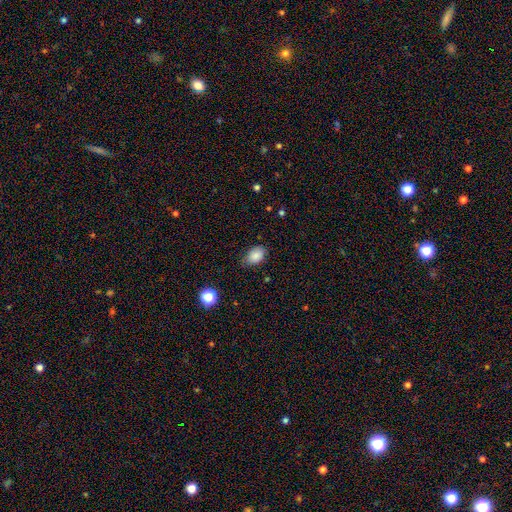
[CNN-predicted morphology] Smooth or featured: smooth — 86% (star or artifact — 9%)
How rounded: in between — 86% (round — 12%)
Merging: none — 72% (minor disturbance — 22%)